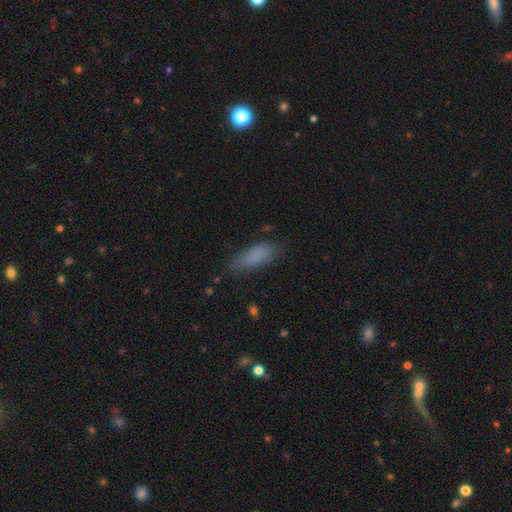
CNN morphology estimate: Overall: smooth (82%). How rounded: in between (63%; cigar-shaped 34%). Merging: none (70%).